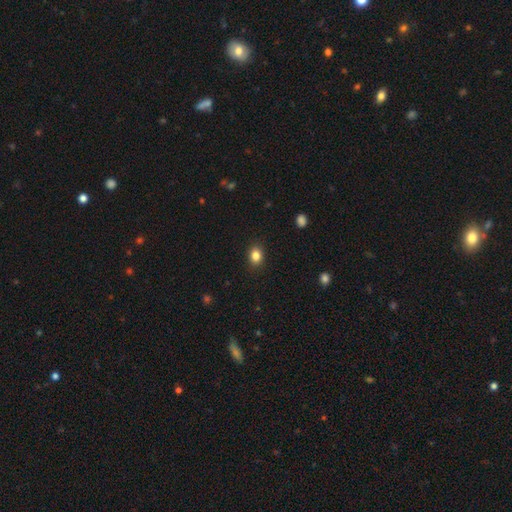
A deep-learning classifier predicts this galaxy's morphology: This appears to be a smooth galaxy with no disk features (84%) that is in between round and cigar-shaped (56%). Merging: none (89%).